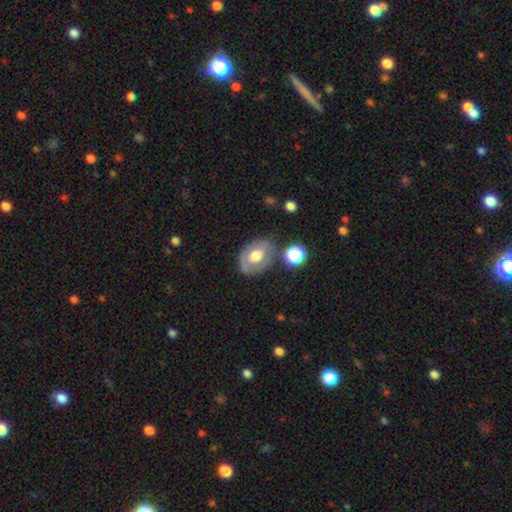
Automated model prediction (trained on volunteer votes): A featured or disk galaxy (46%).

Vote fractions:
- Smooth or featured? featured or disk: 46% / smooth: 45% / star or artifact: 8%
- Merging? none: 64% / minor disturbance: 21% / major disturbance: 8% / merger: 7%